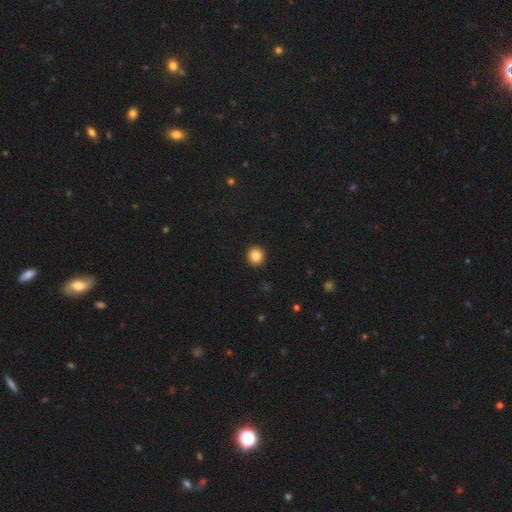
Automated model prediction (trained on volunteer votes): Smooth or featured: smooth — 84% (star or artifact — 10%)
How rounded: round — 93% (in between — 6%)
Merging: none — 93% (minor disturbance — 4%)